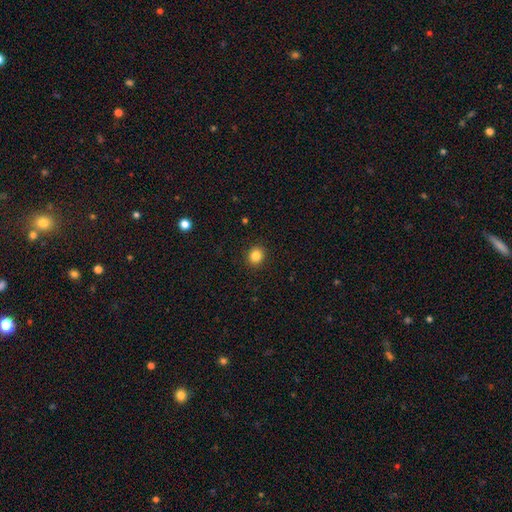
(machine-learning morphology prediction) Overall: smooth (84%). How rounded: round (79%). Merging: none (91%).